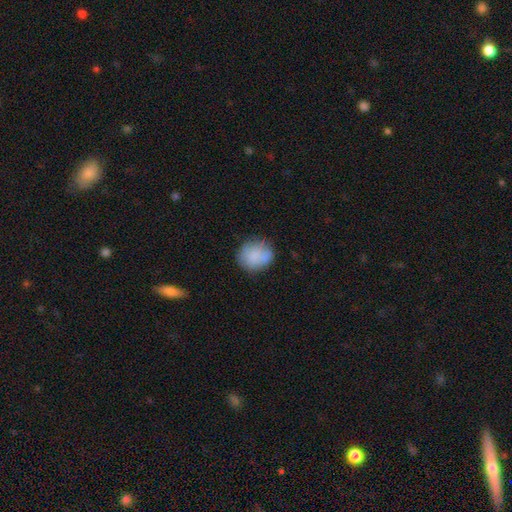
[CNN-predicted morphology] A smooth galaxy with no disk features (77%) that is round (79%).

Vote fractions:
- Smooth or featured? smooth: 77% / featured or disk: 15% / star or artifact: 8%
- How rounded? round: 79% / in between: 20% / cigar-shaped: 1%
- Merging? none: 67% / minor disturbance: 21% / major disturbance: 7% / merger: 6%